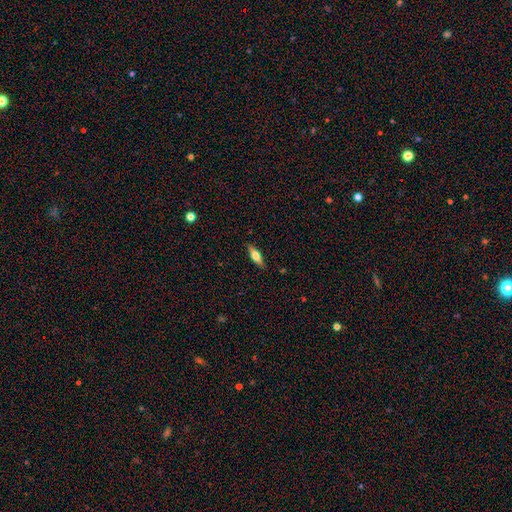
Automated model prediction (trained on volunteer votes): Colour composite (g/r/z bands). It shows a smooth galaxy with no disk features (56%) that is in between round and cigar-shaped (52%). Merging: none (88%).